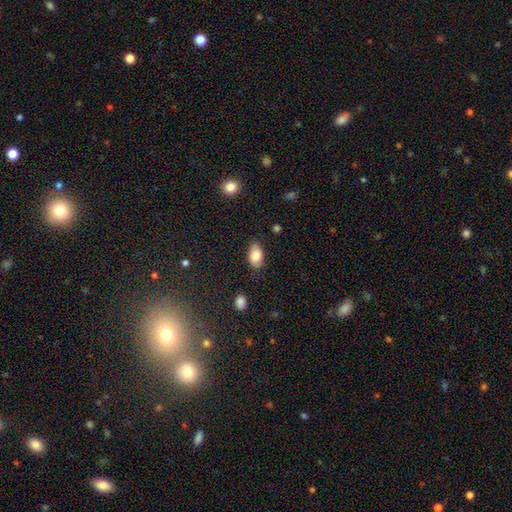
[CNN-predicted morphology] Q: Smooth or featured?
A: smooth (83%); runner-up: featured or disk (10%)
Q: How rounded?
A: in between (92%); runner-up: round (6%)
Q: Merging?
A: none (80%); runner-up: minor disturbance (16%)